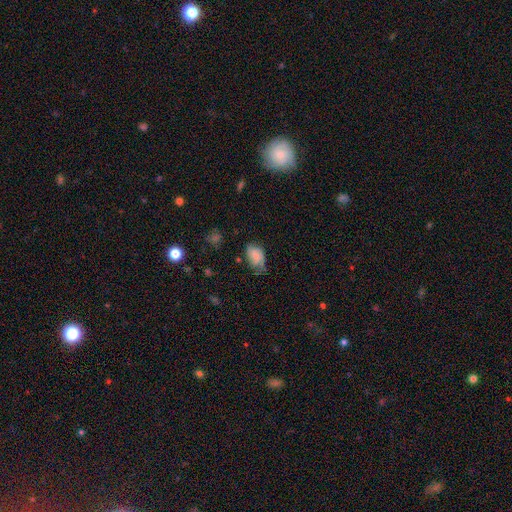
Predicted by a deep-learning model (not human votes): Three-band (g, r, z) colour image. It shows a smooth galaxy with no disk features (48%). Merging: none (48%).